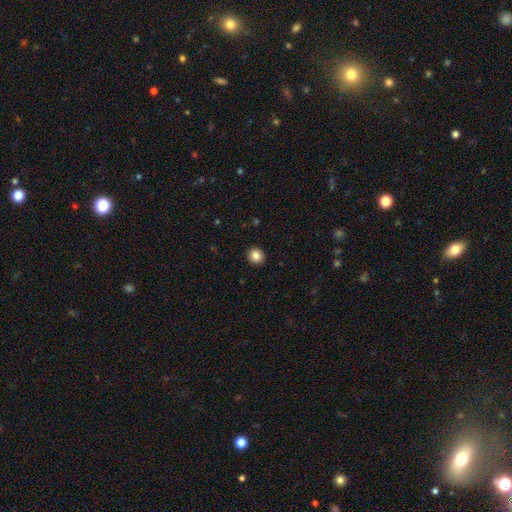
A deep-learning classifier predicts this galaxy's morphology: smooth_or_featured: smooth (p=0.86) [alt: star or artifact p=0.10]
how_rounded: round (p=0.89) [alt: in between p=0.11]
merging: none (p=0.92) [alt: minor disturbance p=0.05]